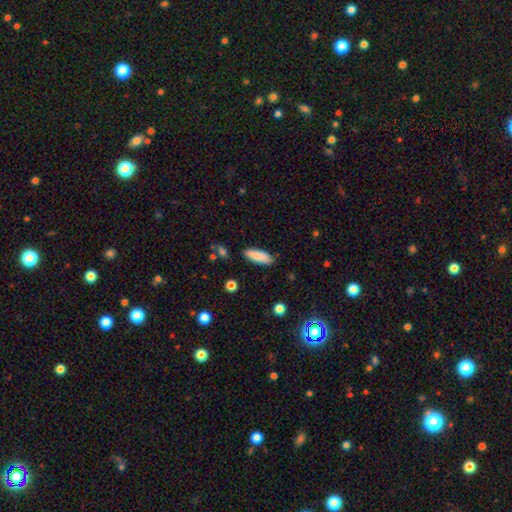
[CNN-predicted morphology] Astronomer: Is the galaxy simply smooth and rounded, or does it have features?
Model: smooth — 86%.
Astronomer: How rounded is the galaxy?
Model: in between — 62%.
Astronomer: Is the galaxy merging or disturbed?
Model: none — 85%.